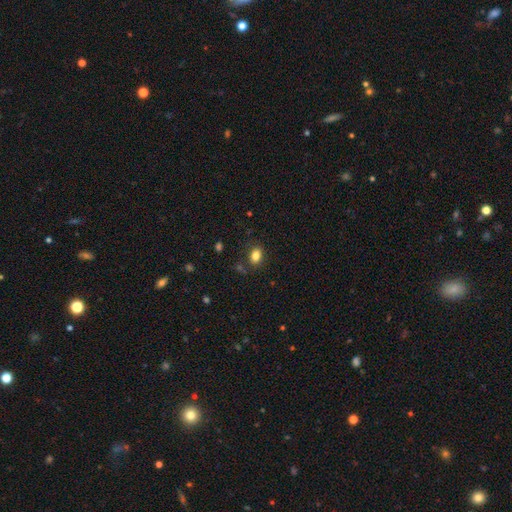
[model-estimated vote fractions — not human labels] Smooth or featured?
  - smooth: 83% *
  - star or artifact: 11%
  - featured or disk: 6%
How rounded?
  - in between: 77% *
  - round: 22%
  - cigar-shaped: 1%
Merging?
  - none: 81% *
  - minor disturbance: 12%
  - merger: 3%
  - major disturbance: 3%